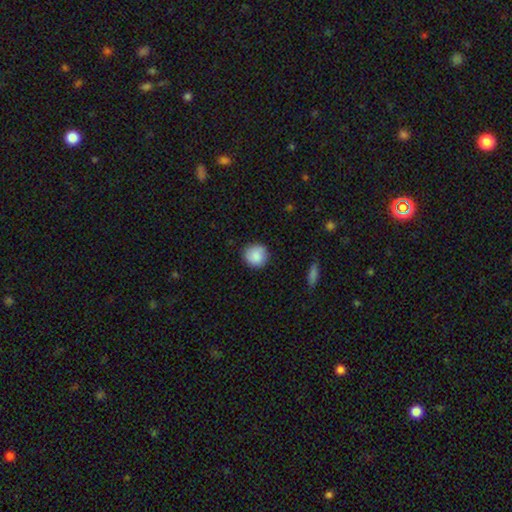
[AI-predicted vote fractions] A smooth galaxy with no disk features (88%) that is round (93%). Merging: none (88%).